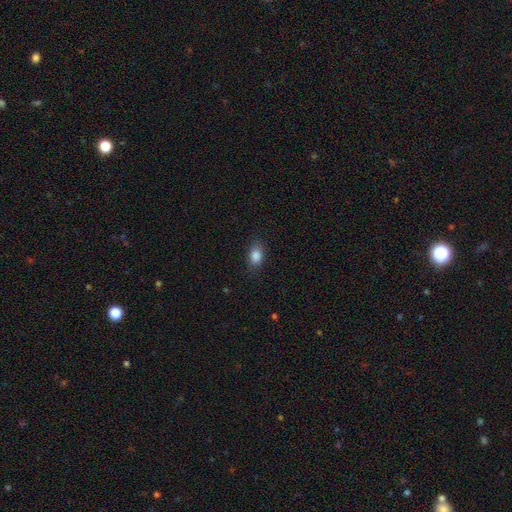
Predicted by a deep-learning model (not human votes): smooth 86%, star or artifact 9%, featured or disk 5%. Down the decision tree: how rounded — in between (79%); merging — none (82%).